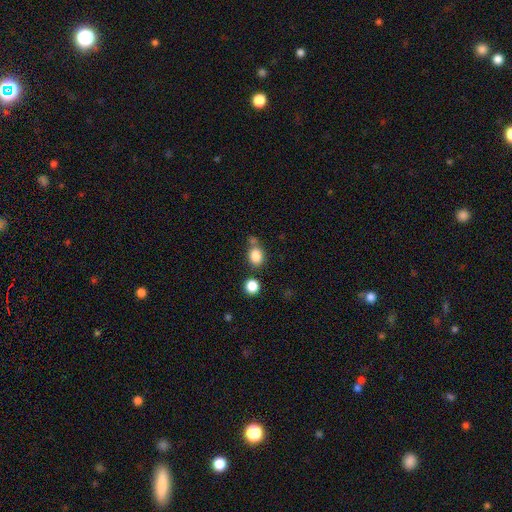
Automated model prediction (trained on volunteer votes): This is clearly a smooth galaxy (84%). How rounded: likely round (61%). Merging: likely none (62%).